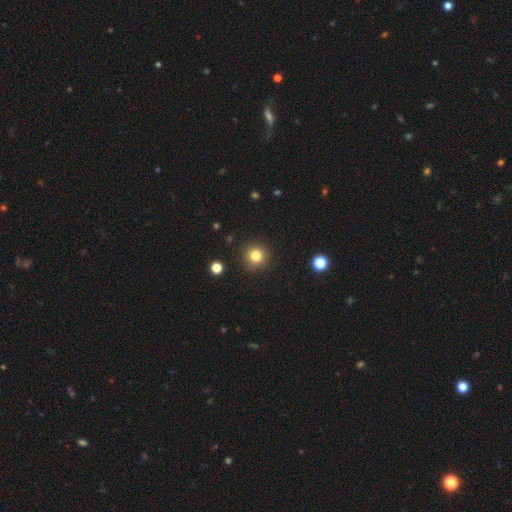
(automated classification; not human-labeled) This is clearly a smooth galaxy (82%). How rounded: clearly round (94%). Merging: clearly none (91%).